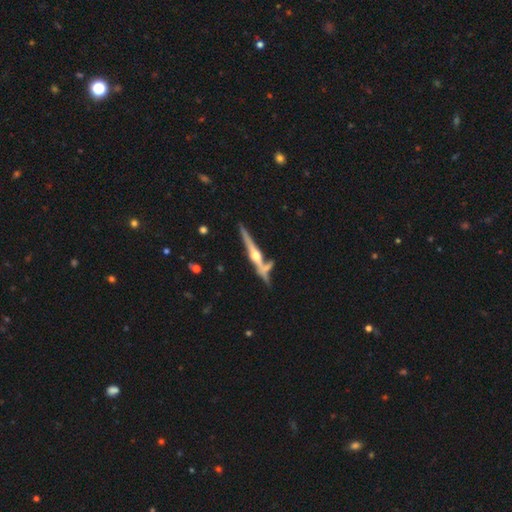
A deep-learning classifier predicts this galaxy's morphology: smooth_or_featured: featured or disk (p=0.81) [alt: smooth p=0.13]
disk_edge_on: yes (p=0.97) [alt: no p=0.03]
edge_on_bulge: rounded (p=0.91) [alt: none p=0.05]
merging: none (p=0.66) [alt: minor disturbance p=0.15]